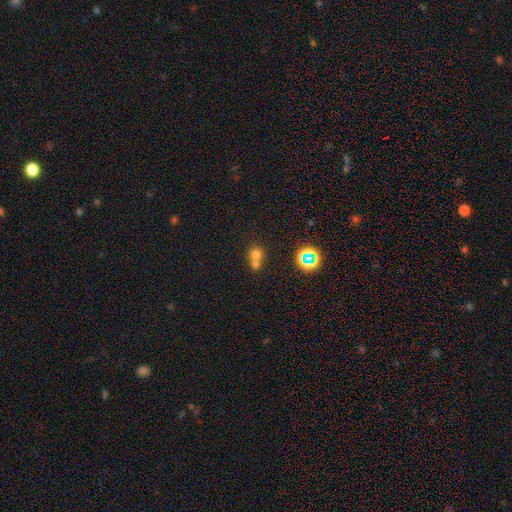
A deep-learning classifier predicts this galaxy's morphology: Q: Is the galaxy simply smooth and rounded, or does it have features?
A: smooth — 66%.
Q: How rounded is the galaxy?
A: round — 81%.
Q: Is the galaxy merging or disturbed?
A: merger — 57%.